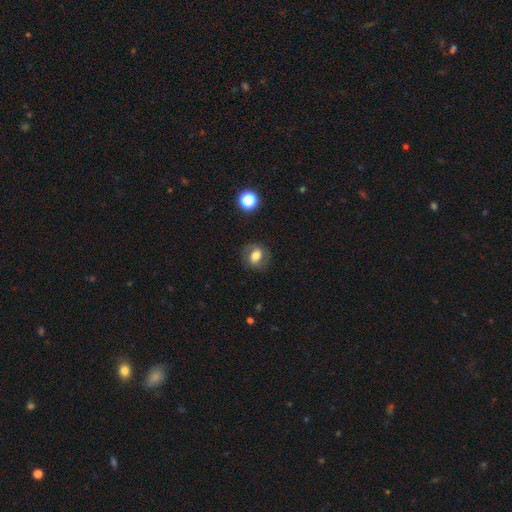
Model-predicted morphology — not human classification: smooth_or_featured: smooth (p=0.62) [alt: featured or disk p=0.28]
how_rounded: round (p=0.51) [alt: in between p=0.48]
merging: none (p=0.79) [alt: minor disturbance p=0.13]